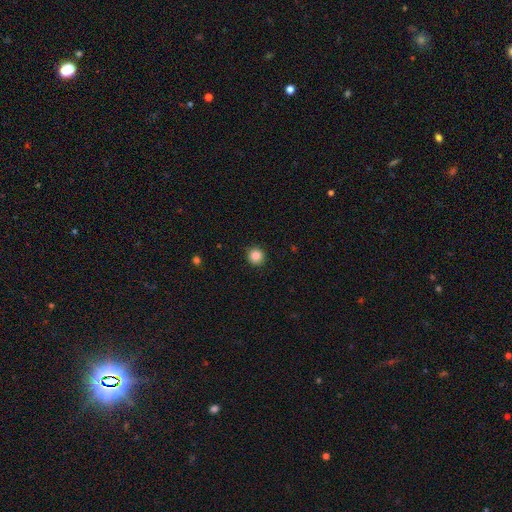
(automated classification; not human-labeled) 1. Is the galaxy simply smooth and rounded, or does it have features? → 86% smooth, 11% star or artifact, 3% featured or disk.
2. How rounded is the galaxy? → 93% round, 6% in between, 1% cigar-shaped.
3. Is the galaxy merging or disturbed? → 90% none, 7% minor disturbance, 2% major disturbance, 1% merger.